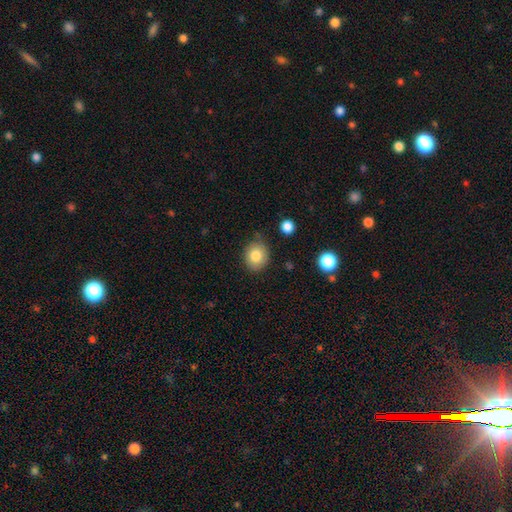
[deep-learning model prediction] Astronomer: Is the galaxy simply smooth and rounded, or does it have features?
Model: smooth — 82%.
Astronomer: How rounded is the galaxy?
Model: round — 64%.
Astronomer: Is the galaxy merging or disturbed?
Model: none — 77%.